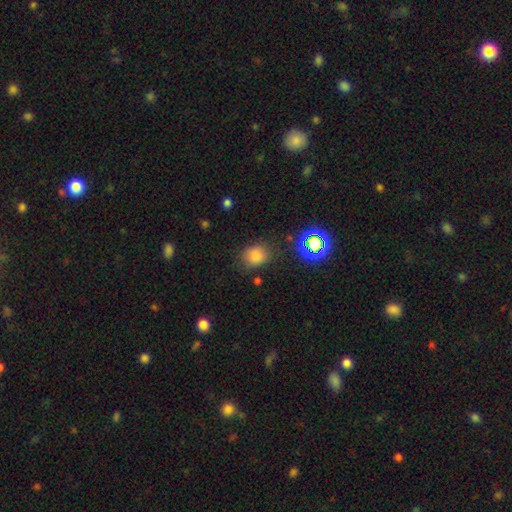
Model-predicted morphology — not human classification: type=smooth (78%); roundness=round (59%); merging=none (77%).